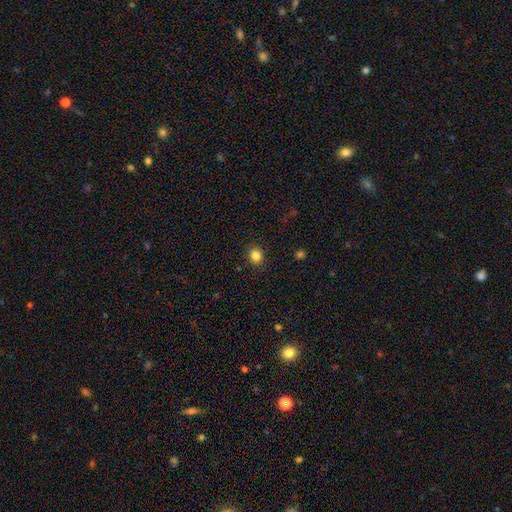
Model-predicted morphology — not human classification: type=smooth (84%); roundness=round (82%); merging=none (90%).